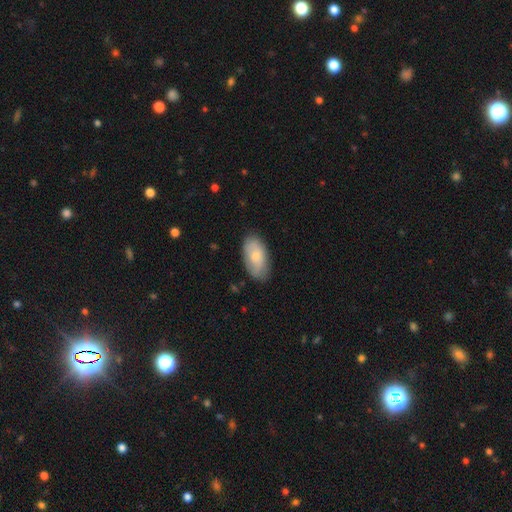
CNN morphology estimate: Smooth or featured? smooth (68%)
How rounded? in between (93%)
Merging? none (77%)